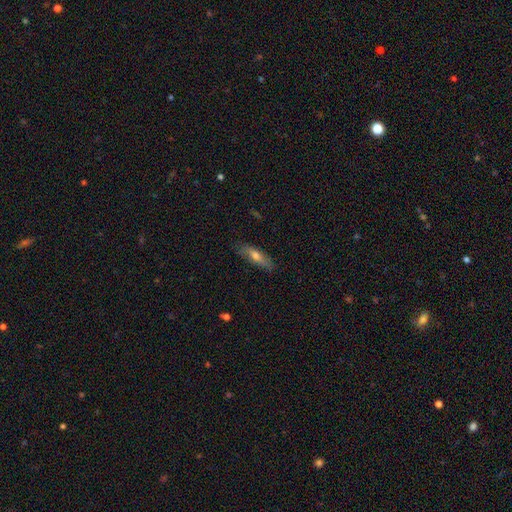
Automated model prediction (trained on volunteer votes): Smooth or featured?
  - smooth: 57% *
  - featured or disk: 36%
  - star or artifact: 7%
How rounded?
  - cigar-shaped: 61% *
  - in between: 37%
  - round: 2%
Merging?
  - none: 82% *
  - minor disturbance: 14%
  - major disturbance: 3%
  - merger: 1%